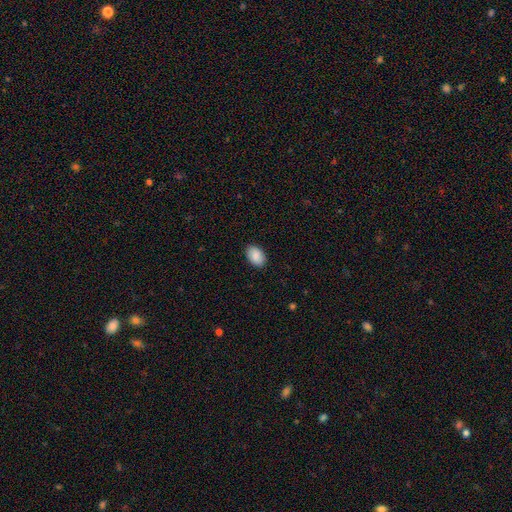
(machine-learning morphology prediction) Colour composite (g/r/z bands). It shows a smooth galaxy with no disk features (90%) that is in between round and cigar-shaped (90%). Merging: none (89%).